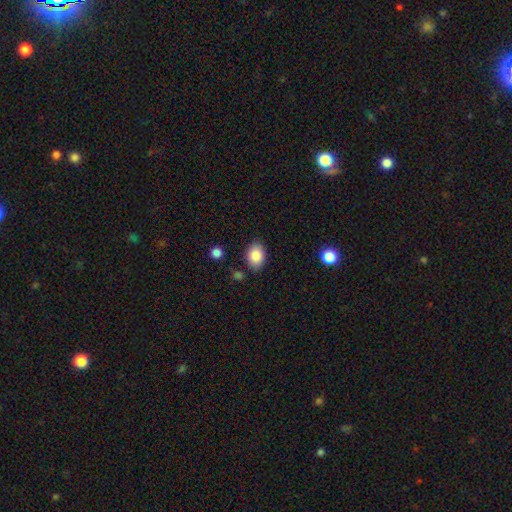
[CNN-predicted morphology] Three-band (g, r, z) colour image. It shows a smooth galaxy with no disk features (86%) that is in between round and cigar-shaped (78%). Merging: none (82%).